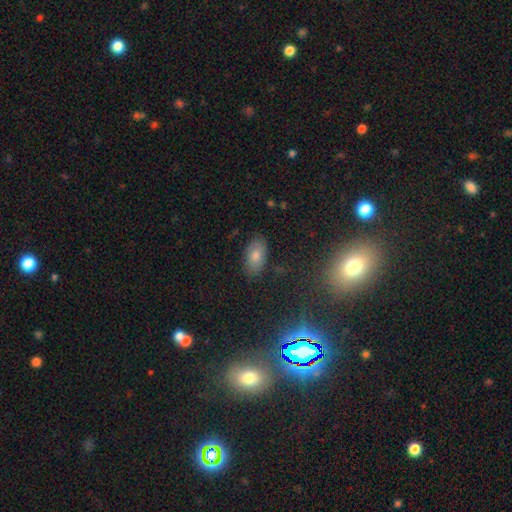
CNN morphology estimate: A smooth galaxy with no disk features (65%) that is in between round and cigar-shaped (91%). Merging: none (85%).